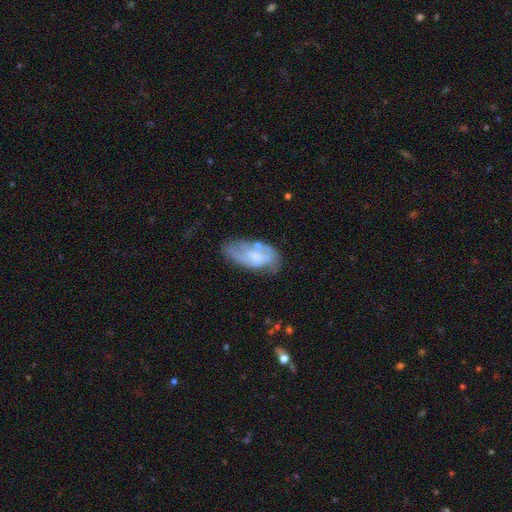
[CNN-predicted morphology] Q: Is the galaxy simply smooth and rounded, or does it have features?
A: featured or disk — 53%.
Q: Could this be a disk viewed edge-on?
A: no — 94%.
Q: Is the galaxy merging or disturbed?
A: none — 45%.